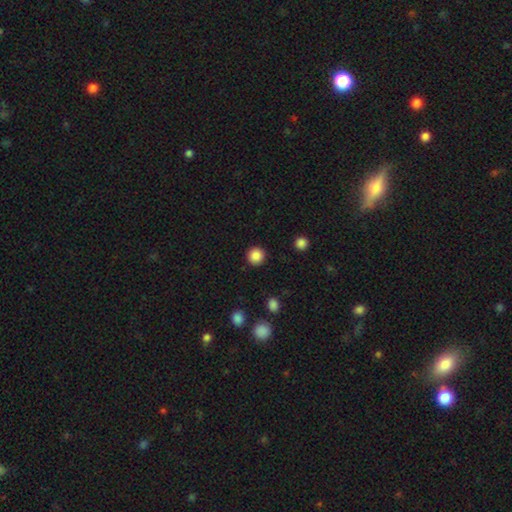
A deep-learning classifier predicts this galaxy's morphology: A smooth galaxy with no disk features (87%) that is round (95%). Merging: none (92%).